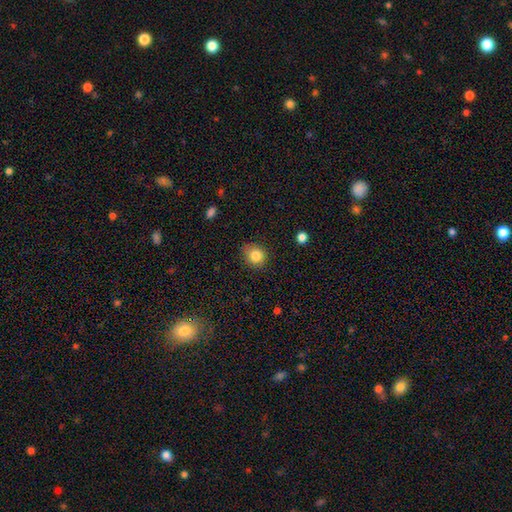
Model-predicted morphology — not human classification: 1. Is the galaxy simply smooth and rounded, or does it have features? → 83% smooth, 11% star or artifact, 6% featured or disk.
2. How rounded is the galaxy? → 76% round, 23% in between, 1% cigar-shaped.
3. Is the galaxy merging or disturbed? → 79% none, 17% minor disturbance, 3% major disturbance, 1% merger.